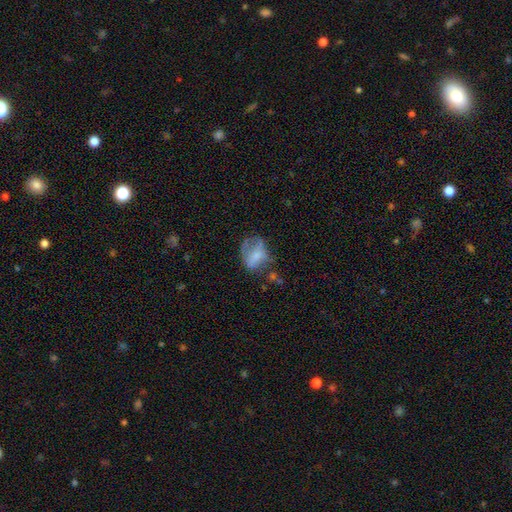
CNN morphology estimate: smooth_or_featured: smooth (p=0.53) [alt: featured or disk p=0.36]
how_rounded: in between (p=0.66) [alt: round p=0.32]
merging: major disturbance (p=0.35) [alt: none p=0.32]